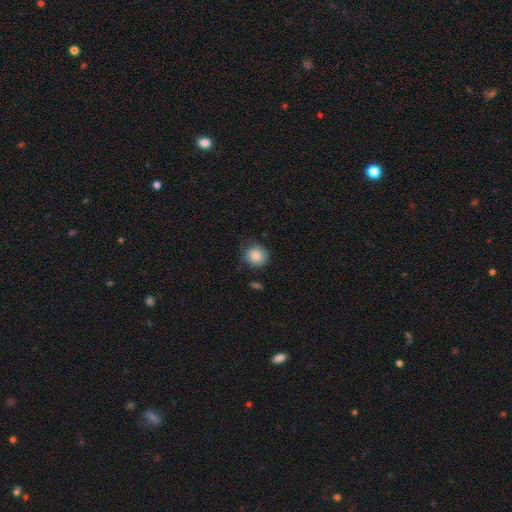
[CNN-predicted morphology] smooth_or_featured: smooth (p=0.85) [alt: star or artifact p=0.09]
how_rounded: round (p=0.89) [alt: in between p=0.10]
merging: none (p=0.78) [alt: minor disturbance p=0.17]